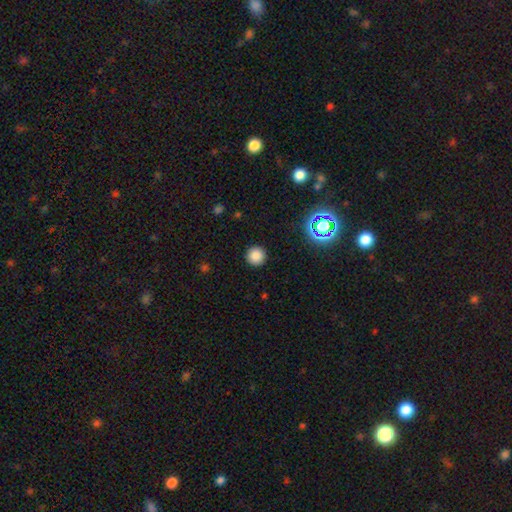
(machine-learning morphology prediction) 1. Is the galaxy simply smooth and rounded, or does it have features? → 82% smooth, 14% star or artifact, 4% featured or disk.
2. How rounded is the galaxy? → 96% round, 3% in between, 1% cigar-shaped.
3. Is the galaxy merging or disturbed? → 92% none, 5% minor disturbance, 2% major disturbance, 1% merger.